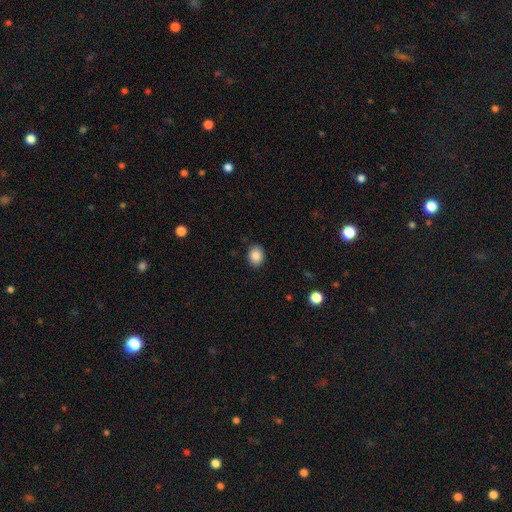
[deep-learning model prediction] A smooth galaxy with no disk features (87%) that is in between round and cigar-shaped (54%). Merging: none (89%).